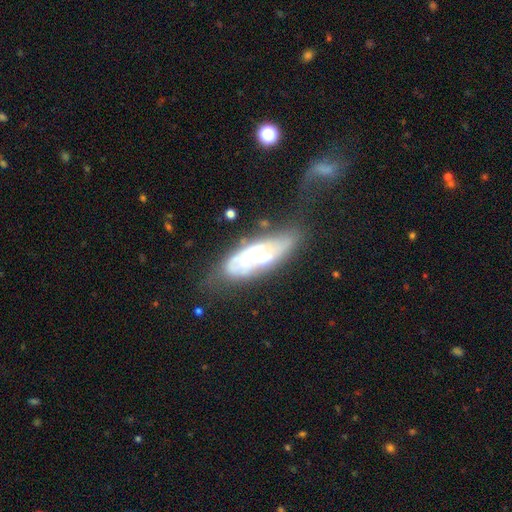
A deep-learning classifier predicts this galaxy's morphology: A featured or disk galaxy (65%) with no bar (62%), spiral arms (54%) and a moderate central bulge (35%).

Vote fractions:
- Smooth or featured? featured or disk: 65% / smooth: 27% / star or artifact: 9%
- Edge-on disk? no: 78% / yes: 22%
- Bar? no: 62% / weak: 25% / strong: 13%
- Spiral arms? yes: 54% / no: 46%
- Bulge size? moderate: 35% / small: 30% / none: 19% / large: 13% / dominant: 3%
- Merging? none: 38% / minor disturbance: 26% / major disturbance: 25% / merger: 12%